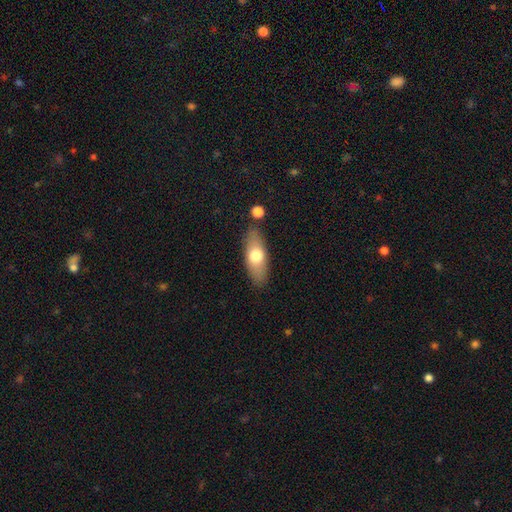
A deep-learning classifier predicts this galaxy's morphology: Smooth or featured: smooth — 67% (featured or disk — 27%)
How rounded: in between — 74% (cigar-shaped — 23%)
Merging: none — 81% (minor disturbance — 11%)